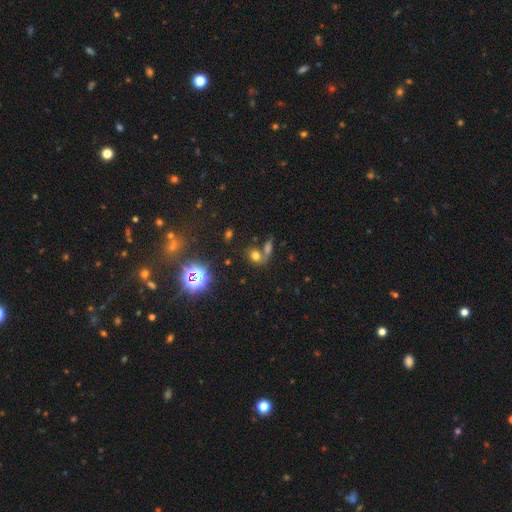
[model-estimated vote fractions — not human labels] Smooth or featured? smooth (64%)
How rounded? in between (58%)
Merging? merger (46%)